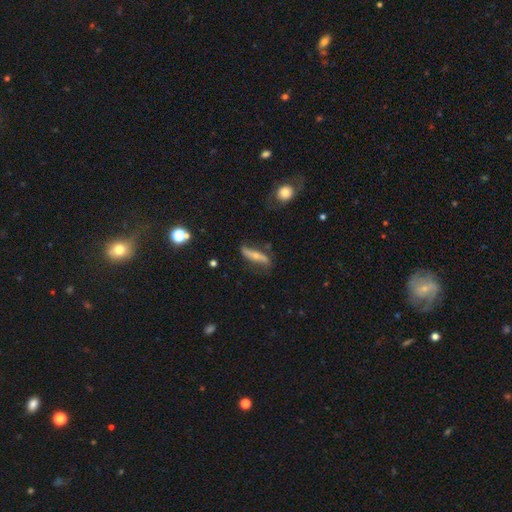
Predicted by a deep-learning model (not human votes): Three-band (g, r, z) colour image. It shows a featured or disk galaxy (56%) viewed edge-on (51%). Merging: none (64%).